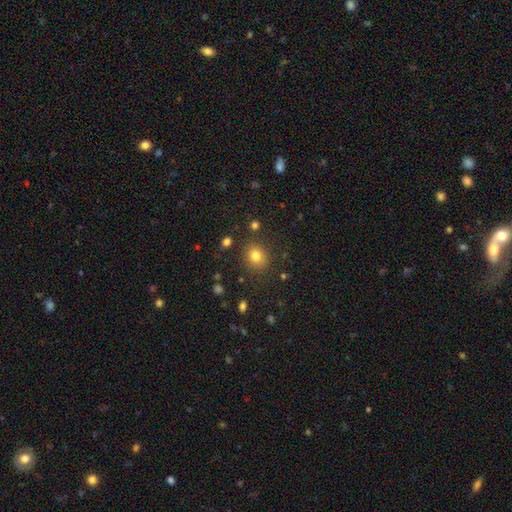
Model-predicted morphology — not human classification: Smooth or featured?
  - smooth: 80% *
  - star or artifact: 13%
  - featured or disk: 6%
How rounded?
  - round: 75% *
  - in between: 24%
  - cigar-shaped: 1%
Merging?
  - none: 84% *
  - minor disturbance: 10%
  - major disturbance: 3%
  - merger: 3%